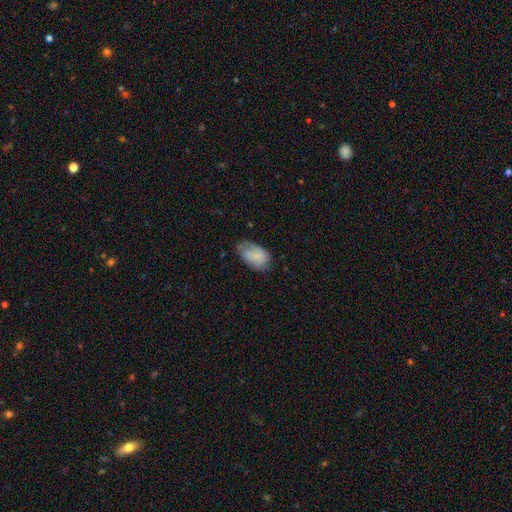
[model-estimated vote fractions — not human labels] A smooth galaxy with no disk features (71%) that is in between round and cigar-shaped (93%). Merging: none (49%).